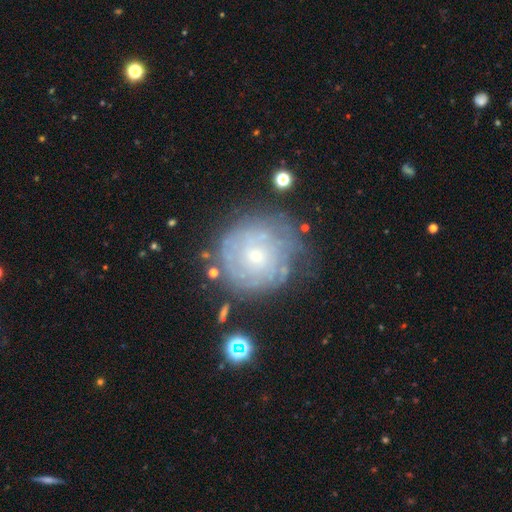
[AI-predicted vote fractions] Smooth or featured: featured or disk — 70% (smooth — 21%)
Edge-on disk: no — 97% (yes — 3%)
Bar: no — 81% (weak — 16%)
Spiral arms: yes — 82% (no — 18%)
Spiral winding: tight — 76% (medium — 18%)
Spiral arm count: can't tell — 57% (2 — 11%)
Bulge size: small — 72% (moderate — 24%)
Merging: none — 71% (minor disturbance — 18%)